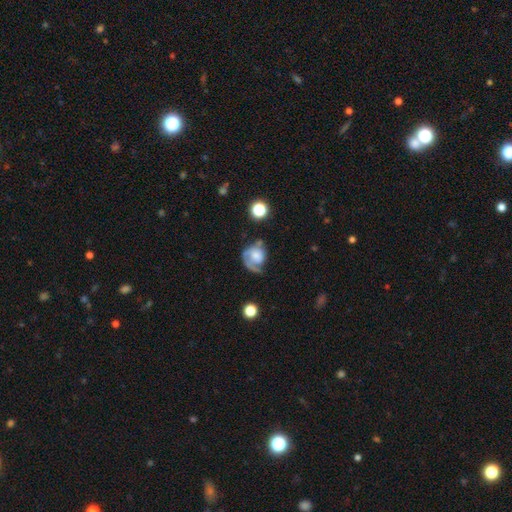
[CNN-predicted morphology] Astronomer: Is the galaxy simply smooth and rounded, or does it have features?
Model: featured or disk — 60%.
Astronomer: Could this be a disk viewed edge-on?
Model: no — 97%.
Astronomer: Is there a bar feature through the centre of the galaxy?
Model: no — 76%.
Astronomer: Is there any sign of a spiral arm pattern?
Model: yes — 81%.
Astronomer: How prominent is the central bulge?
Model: small — 32% (runner-up: moderate, 28%).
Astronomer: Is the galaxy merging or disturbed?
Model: none — 36% (runner-up: major disturbance, 33%).